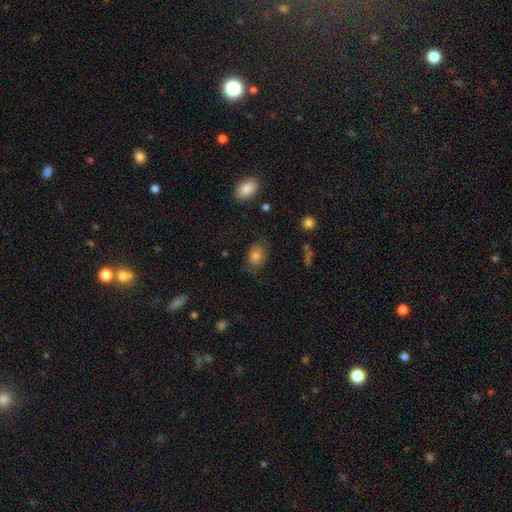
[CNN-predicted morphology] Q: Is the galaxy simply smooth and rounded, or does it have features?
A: smooth — 78%.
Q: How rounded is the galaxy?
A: in between — 72%.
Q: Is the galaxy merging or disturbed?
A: none — 72%.